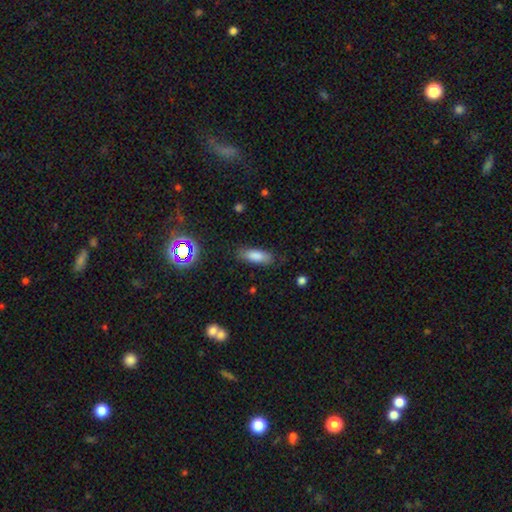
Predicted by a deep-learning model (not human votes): The model was most divided on "how rounded": in between: 67%, cigar-shaped: 30%, round: 2%. More confident: smooth or featured — smooth (80%); merging — none (80%).